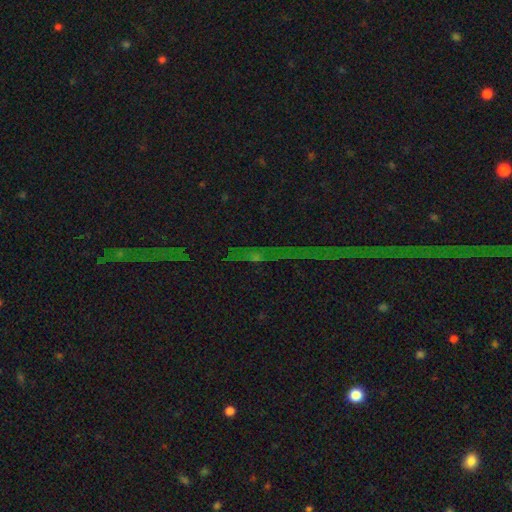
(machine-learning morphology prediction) type=star or artifact (82%).